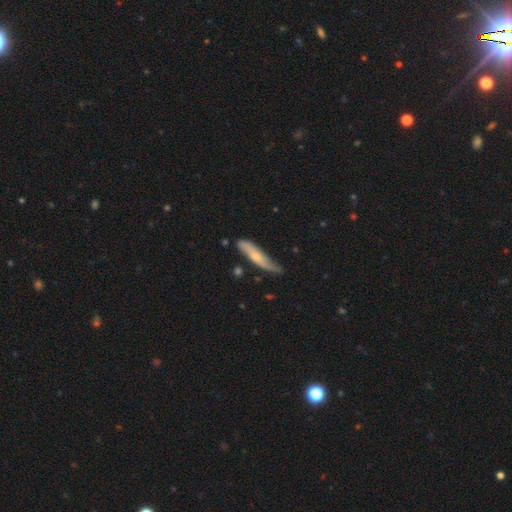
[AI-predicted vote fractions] This is possibly a smooth galaxy (53%). How rounded: clearly cigar-shaped (81%). Merging: possibly none (55%).